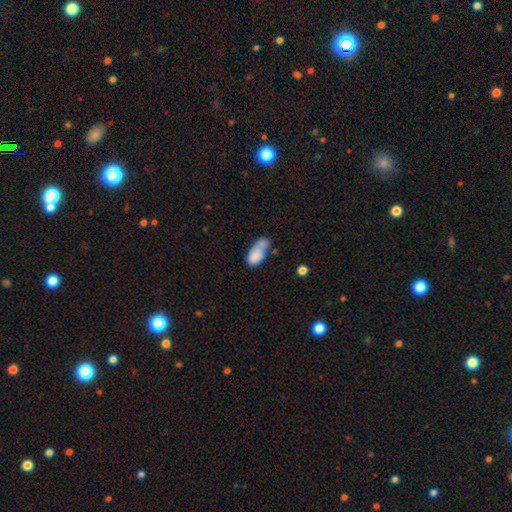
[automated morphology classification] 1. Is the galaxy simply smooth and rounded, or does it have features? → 79% smooth, 13% featured or disk, 8% star or artifact.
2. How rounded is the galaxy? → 90% in between, 6% cigar-shaped, 4% round.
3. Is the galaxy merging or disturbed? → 30% none, 28% minor disturbance, 25% merger, 17% major disturbance.